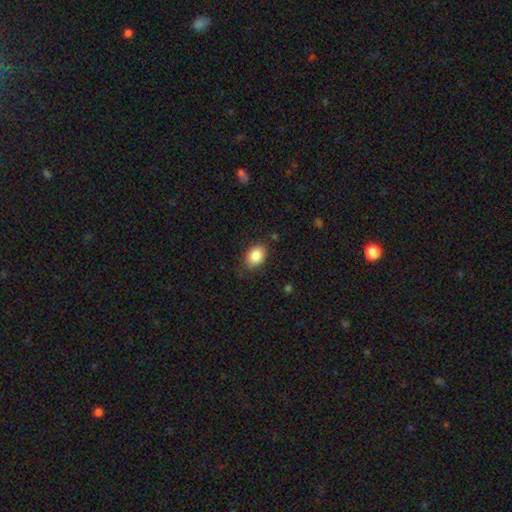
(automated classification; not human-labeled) Smooth or featured? Predicted: smooth (p=0.87). How rounded? Predicted: in between (p=0.78). Merging? Predicted: none (p=0.82).